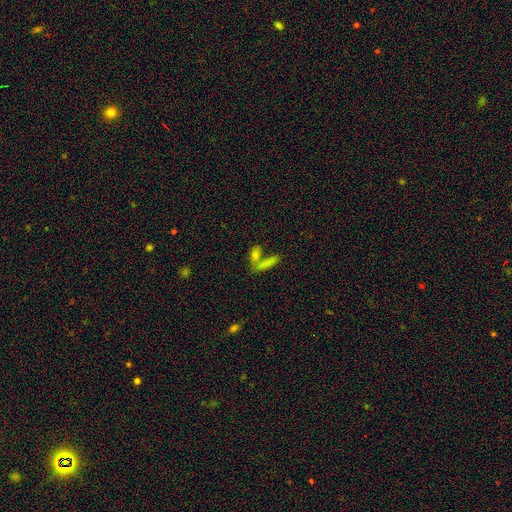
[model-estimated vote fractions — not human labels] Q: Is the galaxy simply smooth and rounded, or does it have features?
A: smooth — 46%.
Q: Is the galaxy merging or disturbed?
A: none — 39%, tied with merger.